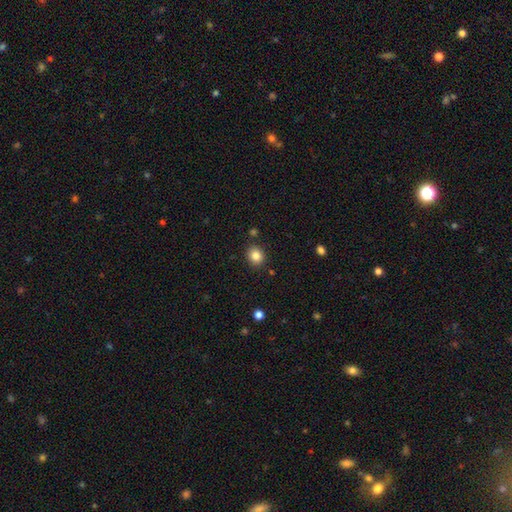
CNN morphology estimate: Smooth or featured? Predicted: smooth (p=0.84). How rounded? Predicted: round (p=0.69). Merging? Predicted: none (p=0.87).